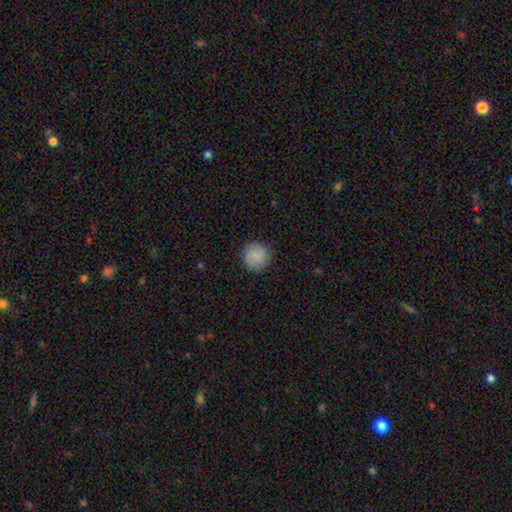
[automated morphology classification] This is clearly a smooth galaxy (82%). How rounded: clearly round (93%). Merging: clearly none (88%).